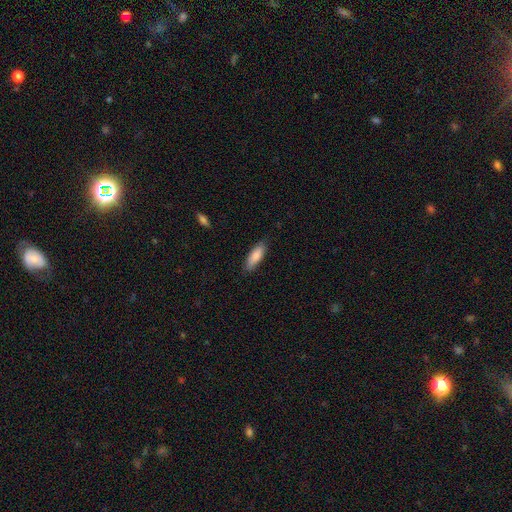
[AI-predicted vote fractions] Morphology: type=smooth (84%); roundness=in between (60%); merging=none (83%).